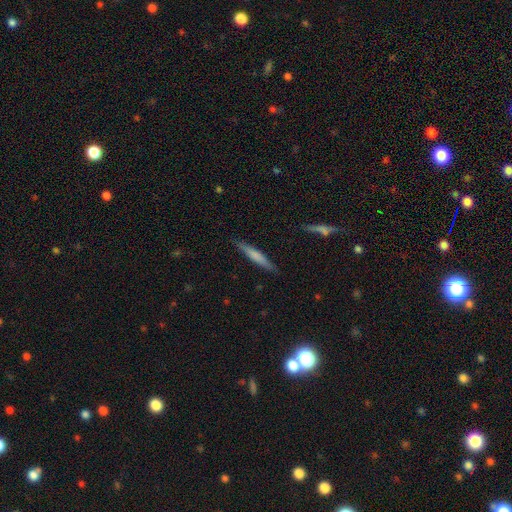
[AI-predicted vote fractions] A smooth galaxy with no disk features (62%) that is cigar-shaped (93%).

Vote fractions:
- Smooth or featured? smooth: 62% / featured or disk: 33% / star or artifact: 5%
- How rounded? cigar-shaped: 93% / in between: 5% / round: 1%
- Merging? none: 88% / minor disturbance: 9% / major disturbance: 2% / merger: 1%